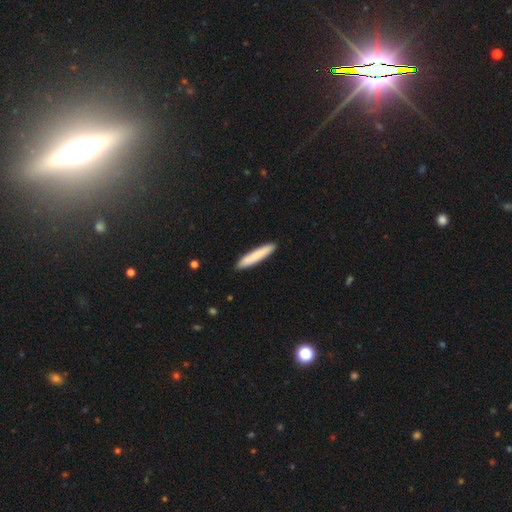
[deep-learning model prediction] Morphology: type=smooth (83%); roundness=cigar-shaped (93%); merging=none (90%).